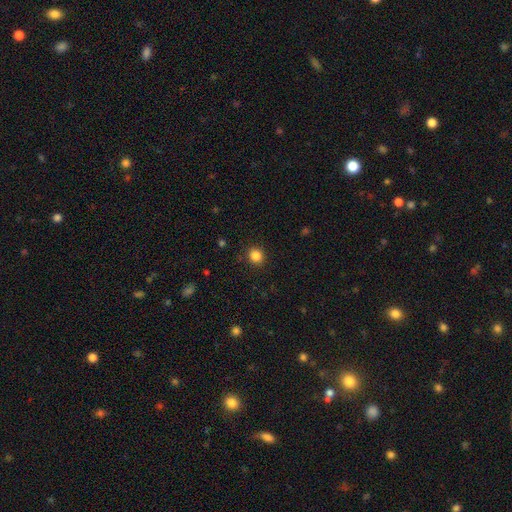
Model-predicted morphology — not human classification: Overall: smooth (85%). How rounded: round (86%). Merging: none (90%).